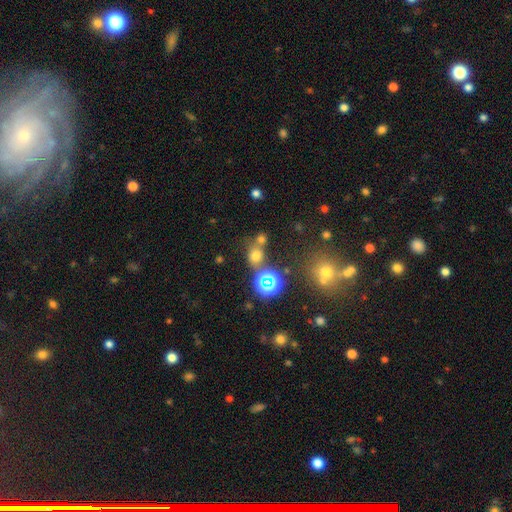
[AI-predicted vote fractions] Smooth or featured: smooth — 62% (star or artifact — 29%)
How rounded: round — 70% (in between — 28%)
Merging: none — 60% (merger — 24%)